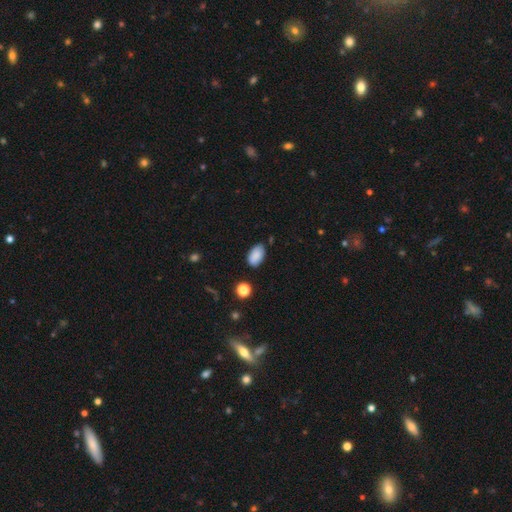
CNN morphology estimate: This appears to be a smooth galaxy with no disk features (87%) that is in between round and cigar-shaped (93%). Merging: none (80%).